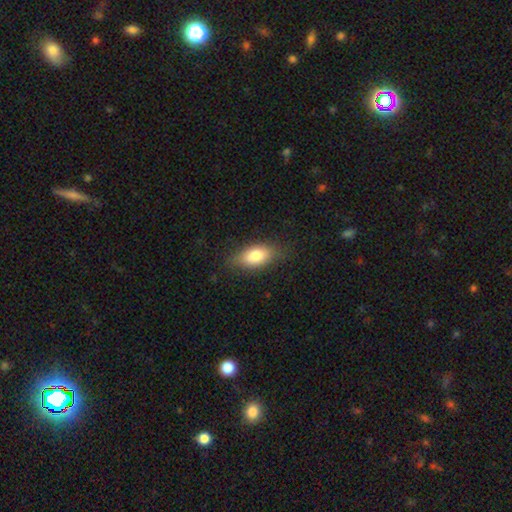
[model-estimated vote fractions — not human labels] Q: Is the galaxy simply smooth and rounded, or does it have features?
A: smooth — 80%.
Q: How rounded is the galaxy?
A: in between — 87%.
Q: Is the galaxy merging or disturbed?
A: none — 77%.